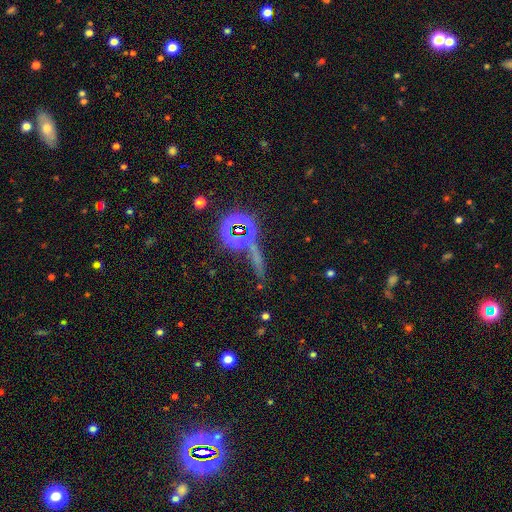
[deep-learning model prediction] star or artifact 53%, smooth 31%, featured or disk 16%.